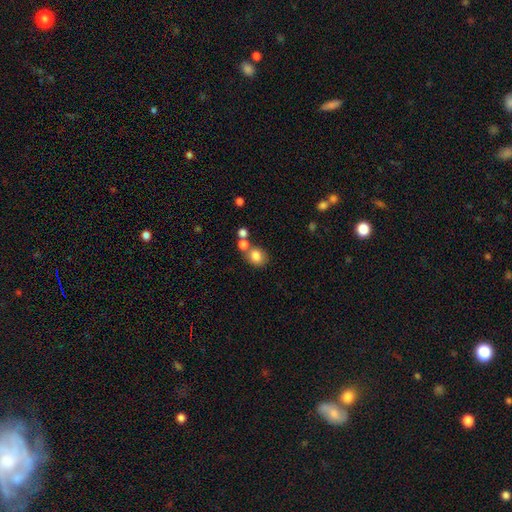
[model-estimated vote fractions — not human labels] The model was most divided on "merging": none: 53%, merger: 30%, minor disturbance: 12%, major disturbance: 5%. More confident: smooth or featured — smooth (81%); how rounded — round (63%).